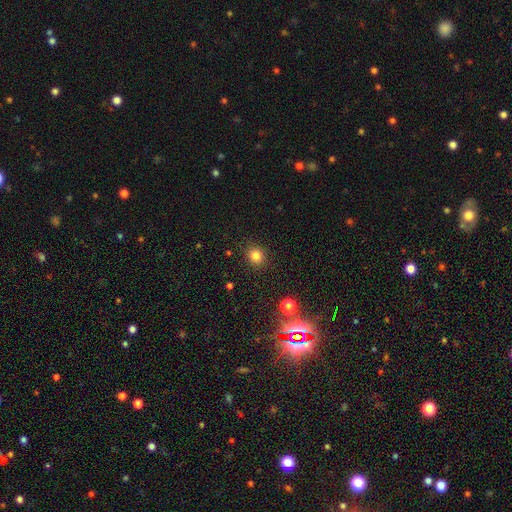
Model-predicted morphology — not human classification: smooth-or-featured: smooth: 81% | star or artifact: 14% | featured or disk: 5%
  how-rounded: round: 83% | in between: 17% | cigar-shaped: 1%
  merging: none: 89% | minor disturbance: 7% | major disturbance: 2% | merger: 1%